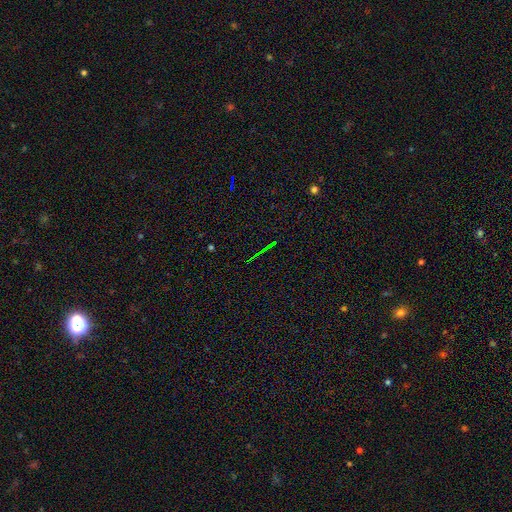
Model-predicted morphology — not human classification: The model was most divided on "smooth or featured": star or artifact: 76%, featured or disk: 12%, smooth: 12%.